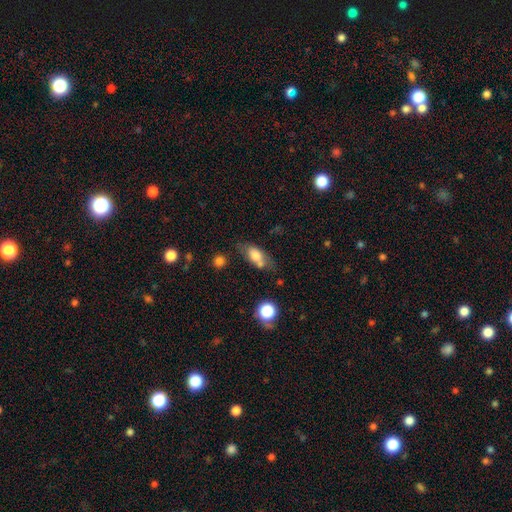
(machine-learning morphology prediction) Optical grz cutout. It shows a smooth galaxy with no disk features (70%) that is in between round and cigar-shaped (78%). Merging: none (48%).